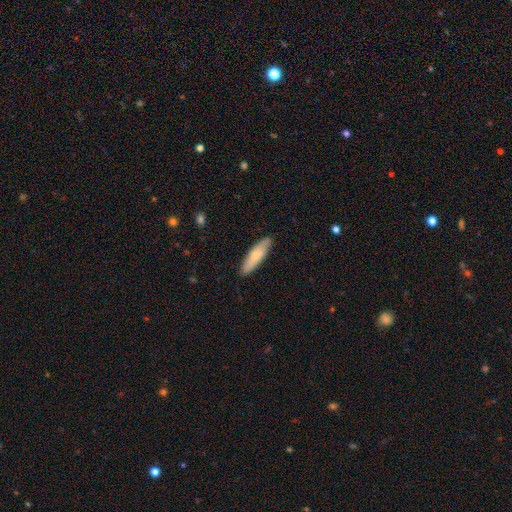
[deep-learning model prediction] The model was most divided on "how rounded": cigar-shaped: 66%, in between: 33%, round: 2%. More confident: merging — none (88%); smooth or featured — smooth (70%).